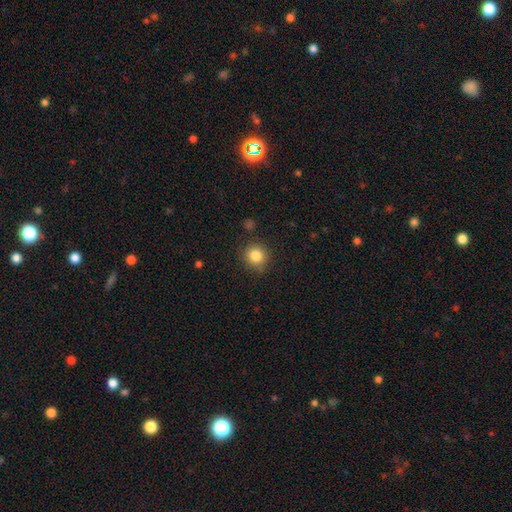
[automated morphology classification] Smooth or featured: smooth — 84% (star or artifact — 11%)
How rounded: round — 91% (in between — 8%)
Merging: none — 87% (minor disturbance — 8%)